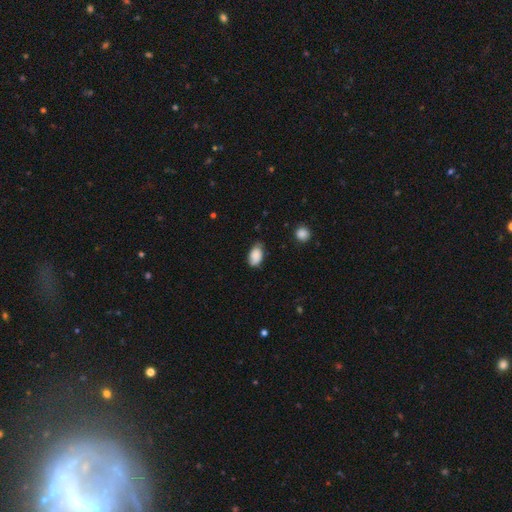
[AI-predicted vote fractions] Q: Smooth or featured?
A: smooth (84%); runner-up: featured or disk (8%)
Q: How rounded?
A: in between (91%); runner-up: round (8%)
Q: Merging?
A: none (64%); runner-up: minor disturbance (29%)